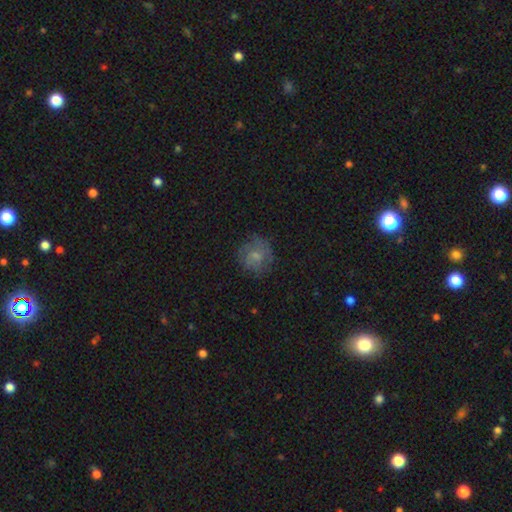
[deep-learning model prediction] This appears to be a smooth galaxy with no disk features (54%) that is round (84%). Merging: none (70%).